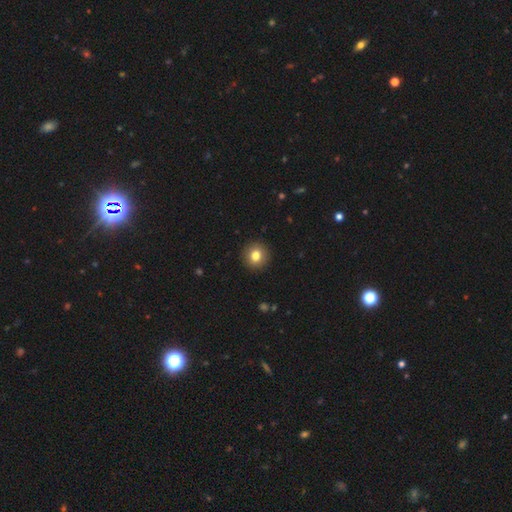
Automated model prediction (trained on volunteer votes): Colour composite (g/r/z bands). It shows a smooth galaxy with no disk features (80%) that is round (91%). Merging: none (92%).